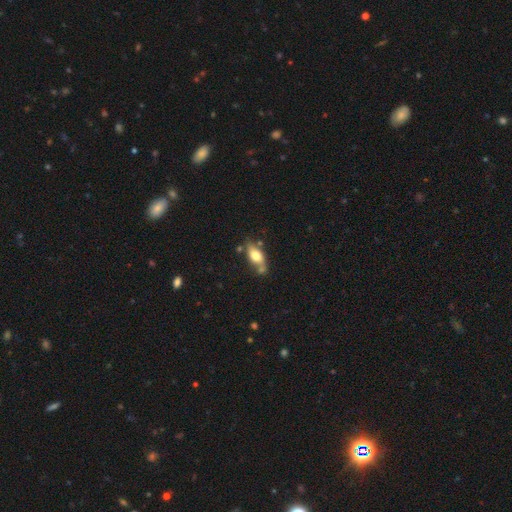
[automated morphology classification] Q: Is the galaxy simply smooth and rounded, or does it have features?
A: smooth — 66%.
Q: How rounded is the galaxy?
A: in between — 80%.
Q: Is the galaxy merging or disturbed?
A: none — 58%.